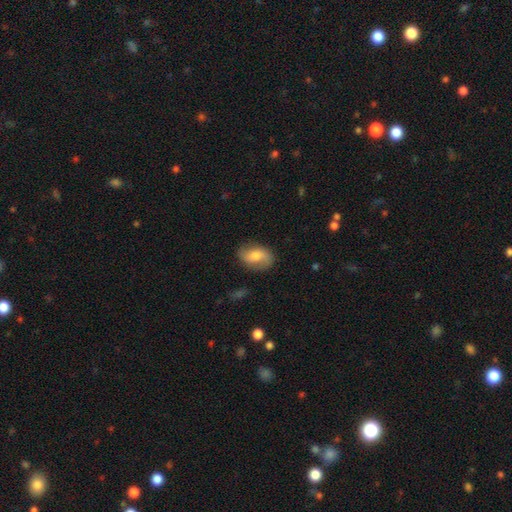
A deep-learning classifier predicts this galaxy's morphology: Smooth or featured: smooth — 52% (featured or disk — 40%)
How rounded: in between — 83% (round — 15%)
Merging: none — 76% (minor disturbance — 17%)